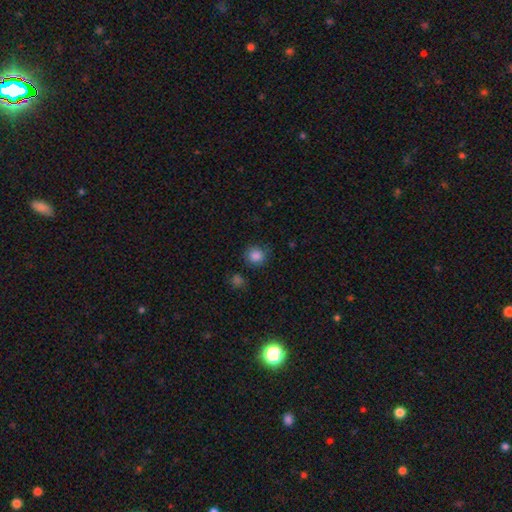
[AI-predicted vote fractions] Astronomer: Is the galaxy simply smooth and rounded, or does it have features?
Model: smooth — 85%.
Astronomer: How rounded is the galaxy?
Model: round — 86%.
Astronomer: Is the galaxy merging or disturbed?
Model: none — 79%.